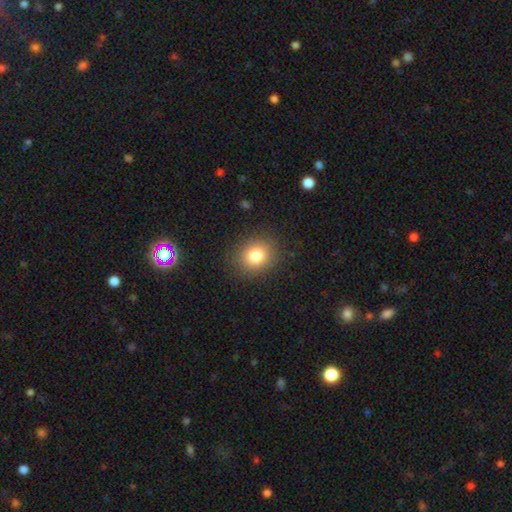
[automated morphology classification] smooth_or_featured: smooth (p=0.80) [alt: star or artifact p=0.11]
how_rounded: round (p=0.70) [alt: in between p=0.29]
merging: none (p=0.88) [alt: minor disturbance p=0.08]